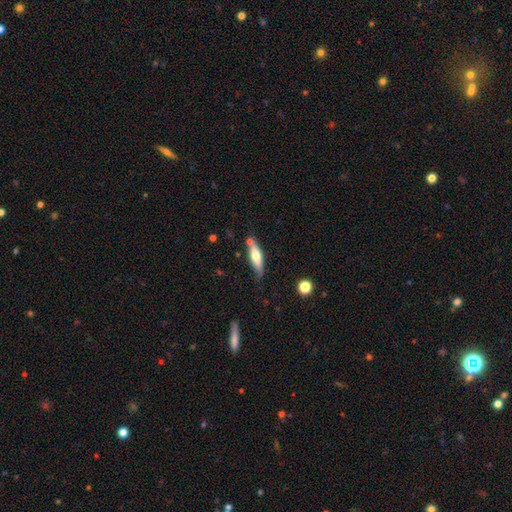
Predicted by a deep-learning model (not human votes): Smooth or featured? Predicted: smooth (p=0.54). How rounded? Predicted: cigar-shaped (p=0.66). Merging? Predicted: none (p=0.68).